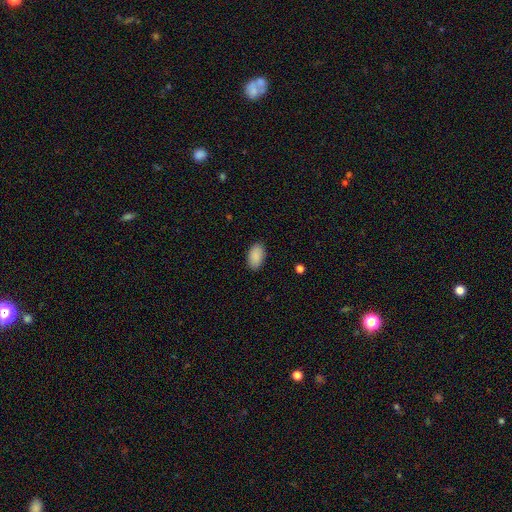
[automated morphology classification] Smooth or featured? smooth (90%)
How rounded? in between (94%)
Merging? none (88%)